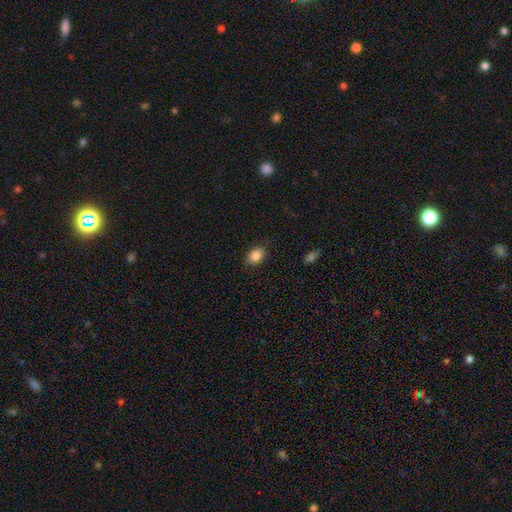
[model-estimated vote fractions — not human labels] Q: Smooth or featured?
A: smooth (87%); runner-up: star or artifact (9%)
Q: How rounded?
A: in between (61%); runner-up: round (38%)
Q: Merging?
A: none (81%); runner-up: minor disturbance (15%)